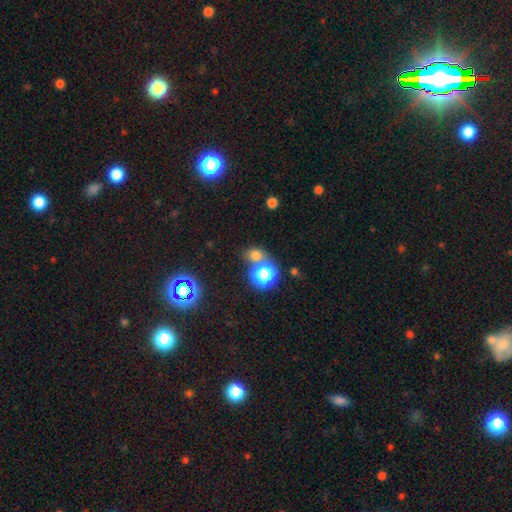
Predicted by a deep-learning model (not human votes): Q: Smooth or featured?
A: smooth (65%); runner-up: star or artifact (27%)
Q: How rounded?
A: round (69%); runner-up: in between (30%)
Q: Merging?
A: none (60%); runner-up: merger (26%)